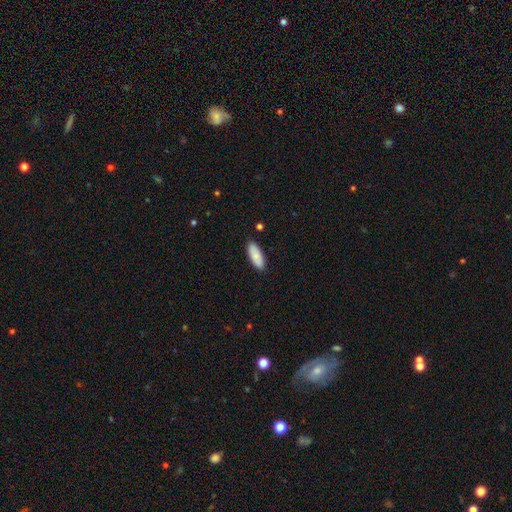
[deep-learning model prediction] smooth 83%, featured or disk 12%, star or artifact 6%. Down the decision tree: how rounded — in between (80%); merging — none (88%).